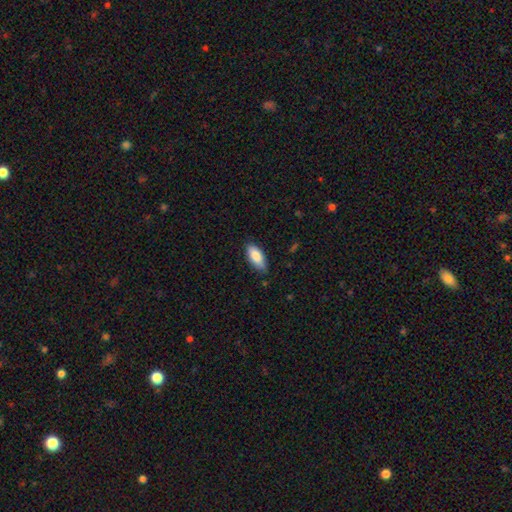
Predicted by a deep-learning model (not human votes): smooth_or_featured: smooth (p=0.84) [alt: featured or disk p=0.10]
how_rounded: in between (p=0.83) [alt: cigar-shaped p=0.15]
merging: none (p=0.77) [alt: minor disturbance p=0.19]